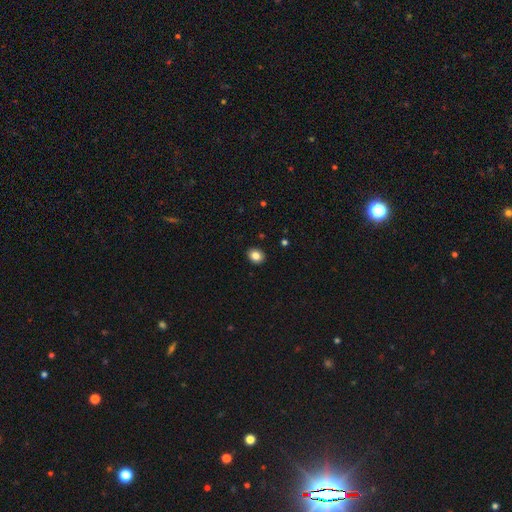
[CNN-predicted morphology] smooth-or-featured: smooth: 84% | star or artifact: 9% | featured or disk: 6%
  how-rounded: round: 53% | in between: 46% | cigar-shaped: 1%
  merging: none: 91% | minor disturbance: 6% | major disturbance: 2% | merger: 1%